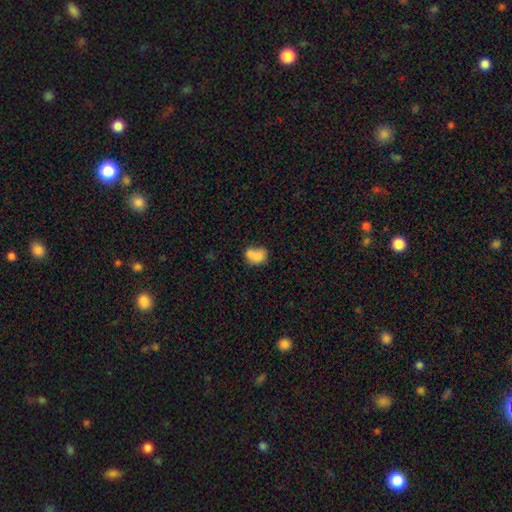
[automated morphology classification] A smooth galaxy with no disk features (76%) that is in between round and cigar-shaped (56%). Merging: merger (49%).